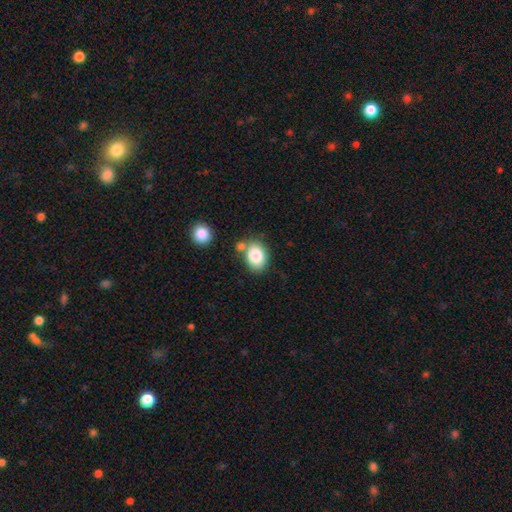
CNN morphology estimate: Smooth or featured? Predicted: smooth (p=0.84). How rounded? Predicted: in between (p=0.70). Merging? Predicted: none (p=0.65).